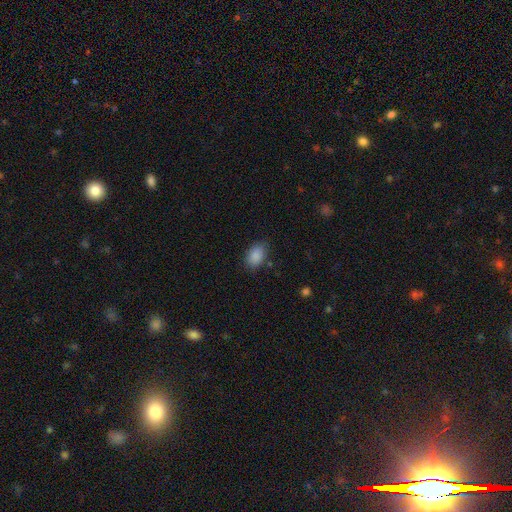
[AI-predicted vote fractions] Smooth or featured?
  - smooth: 88% *
  - star or artifact: 8%
  - featured or disk: 4%
How rounded?
  - in between: 85% *
  - round: 14%
  - cigar-shaped: 1%
Merging?
  - none: 80% *
  - minor disturbance: 14%
  - major disturbance: 4%
  - merger: 1%